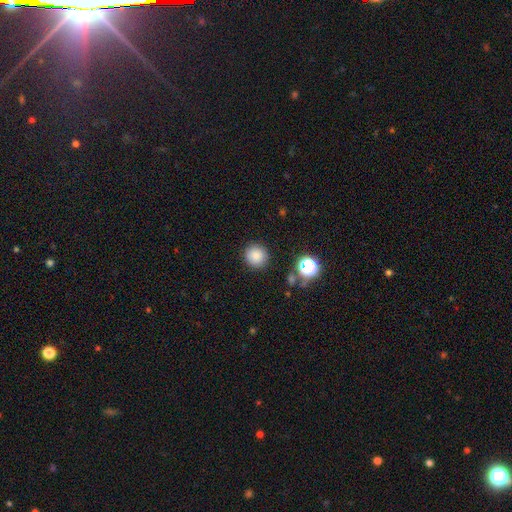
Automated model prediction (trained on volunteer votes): This appears to be a smooth galaxy with no disk features (83%) that is round (93%). Merging: none (88%).